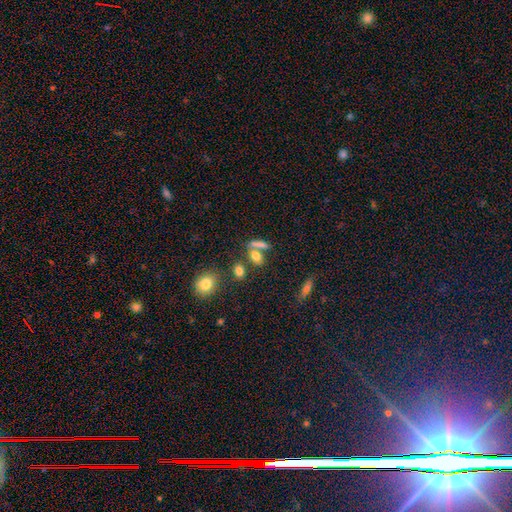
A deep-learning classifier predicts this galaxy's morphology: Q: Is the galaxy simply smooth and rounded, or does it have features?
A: smooth — 75%.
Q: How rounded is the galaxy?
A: in between — 66%.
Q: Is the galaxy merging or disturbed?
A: none — 54%.